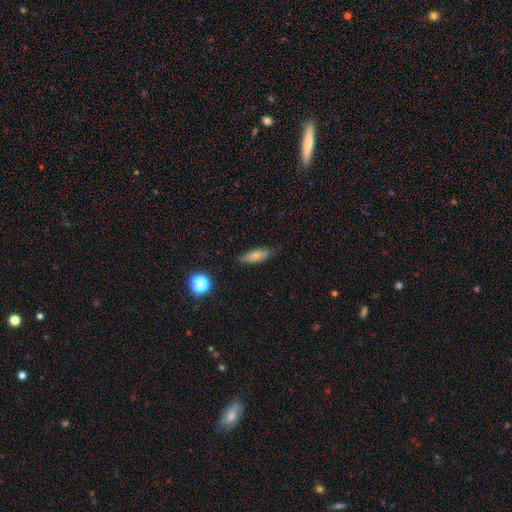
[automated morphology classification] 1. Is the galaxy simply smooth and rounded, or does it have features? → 75% smooth, 16% featured or disk, 8% star or artifact.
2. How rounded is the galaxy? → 62% in between, 35% cigar-shaped, 3% round.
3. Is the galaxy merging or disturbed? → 80% none, 16% minor disturbance, 3% major disturbance, 1% merger.